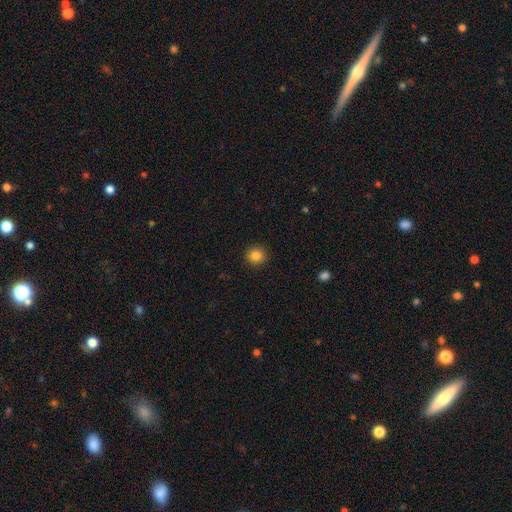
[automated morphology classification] Smooth or featured: smooth — 84% (star or artifact — 11%)
How rounded: round — 93% (in between — 6%)
Merging: none — 92% (minor disturbance — 5%)